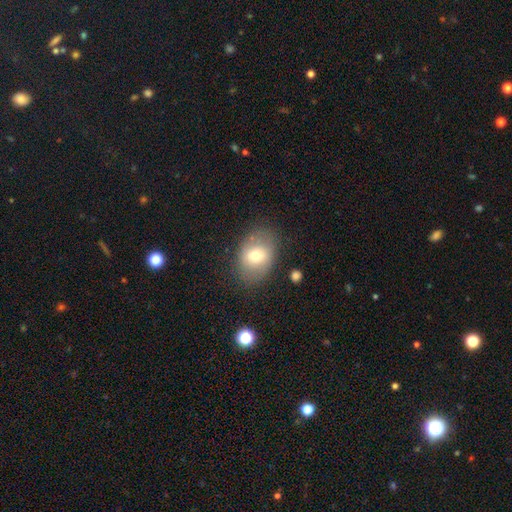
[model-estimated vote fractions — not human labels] Overall: smooth (68%). How rounded: in between (70%). Merging: none (77%).